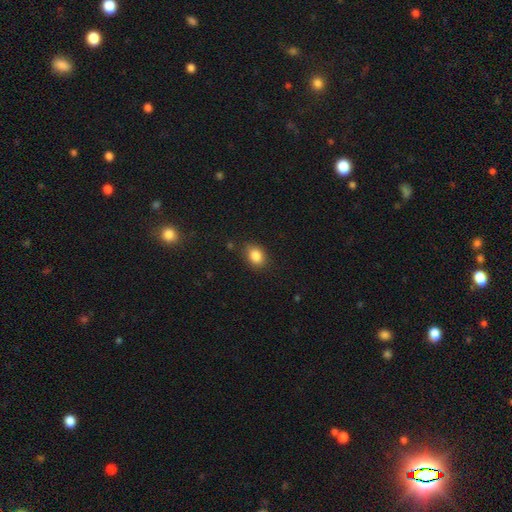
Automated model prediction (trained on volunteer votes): smooth_or_featured: smooth (p=0.86) [alt: star or artifact p=0.09]
how_rounded: in between (p=0.68) [alt: round p=0.31]
merging: none (p=0.81) [alt: minor disturbance p=0.14]